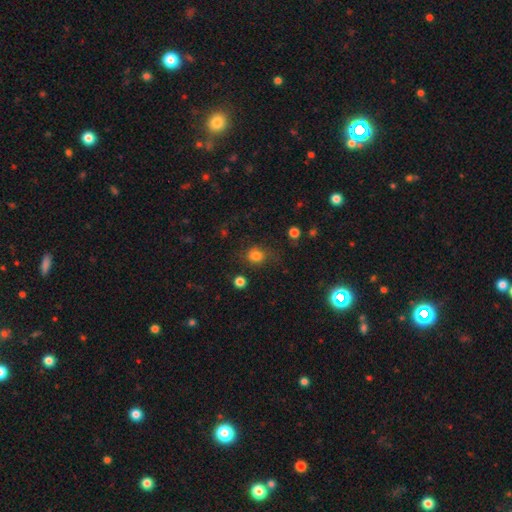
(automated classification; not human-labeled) Smooth or featured?
  - smooth: 80% *
  - star or artifact: 13%
  - featured or disk: 6%
How rounded?
  - round: 70% *
  - in between: 29%
  - cigar-shaped: 1%
Merging?
  - none: 70% *
  - minor disturbance: 18%
  - major disturbance: 8%
  - merger: 3%